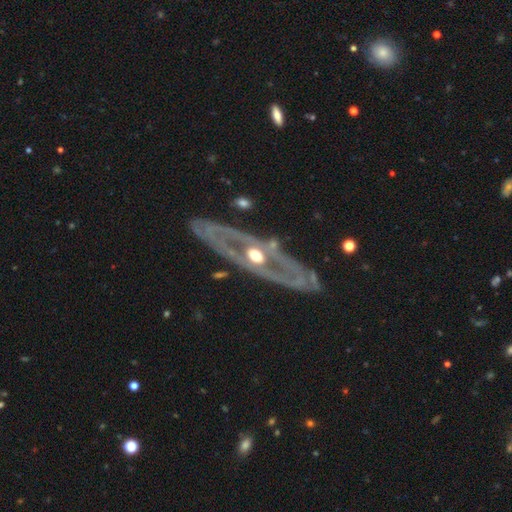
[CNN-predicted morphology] Smooth or featured? Predicted: featured or disk (p=0.85). Edge-on disk? Predicted: no (p=0.78). Bar? Predicted: no (p=0.69). Spiral arms? Predicted: yes (p=0.54). Bulge size? Predicted: moderate (p=0.75). Merging? Predicted: none (p=0.71).